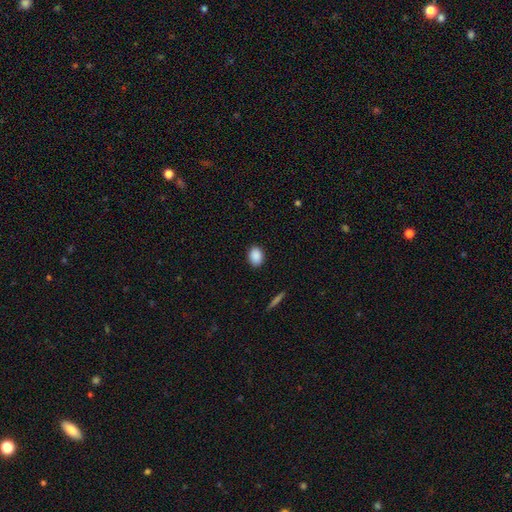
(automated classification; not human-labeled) The model was most divided on "how rounded": in between: 65%, round: 33%, cigar-shaped: 1%. More confident: merging — none (89%); smooth or featured — smooth (89%).